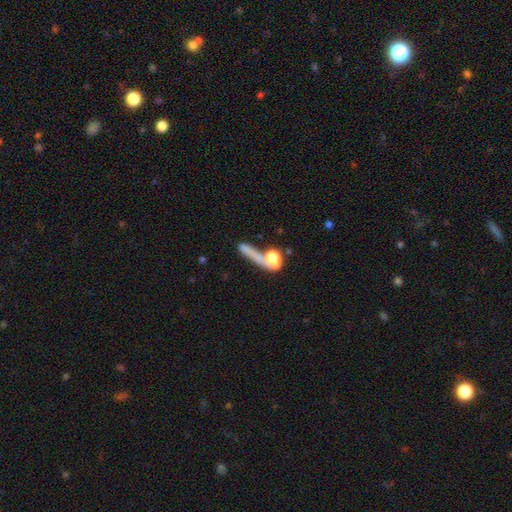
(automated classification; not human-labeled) Morphology: type=smooth (52%); roundness=cigar-shaped (45%); merging=none (39%).